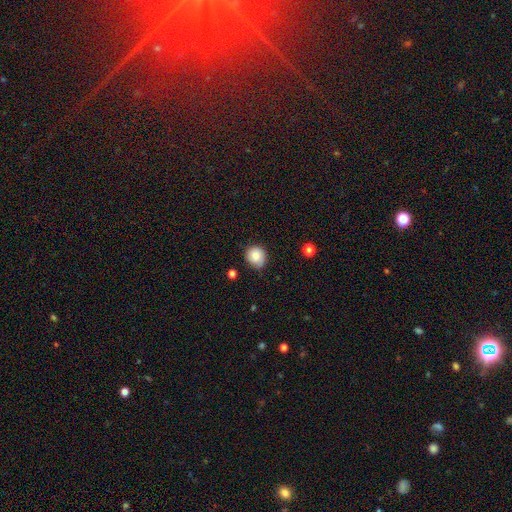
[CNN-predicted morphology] Smooth or featured? smooth (83%)
How rounded? round (84%)
Merging? none (73%)